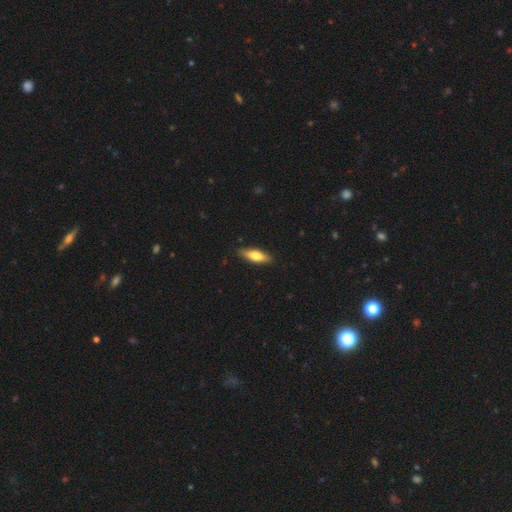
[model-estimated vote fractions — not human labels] Smooth or featured? smooth (68%)
How rounded? cigar-shaped (50%)
Merging? none (87%)